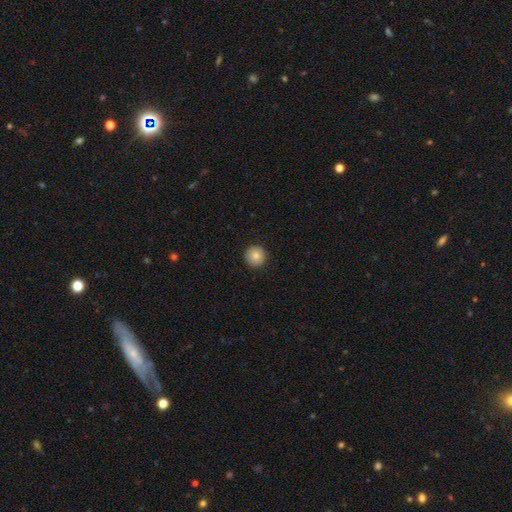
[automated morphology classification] Overall: smooth (84%). How rounded: round (96%). Merging: none (93%).